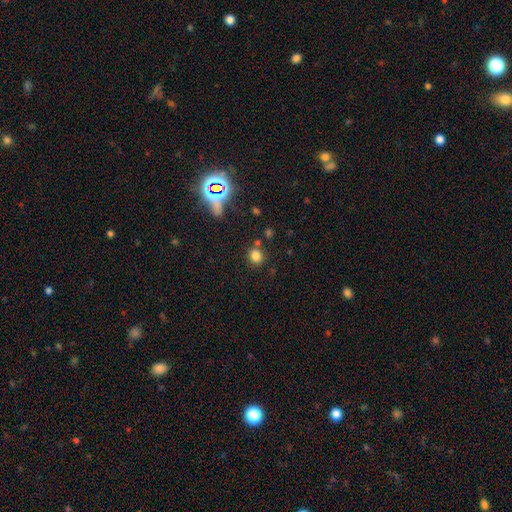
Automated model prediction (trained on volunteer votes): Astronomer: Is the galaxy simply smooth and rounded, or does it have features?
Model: smooth — 78%.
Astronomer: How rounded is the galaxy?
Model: round — 81%.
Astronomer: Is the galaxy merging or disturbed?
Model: none — 76%.